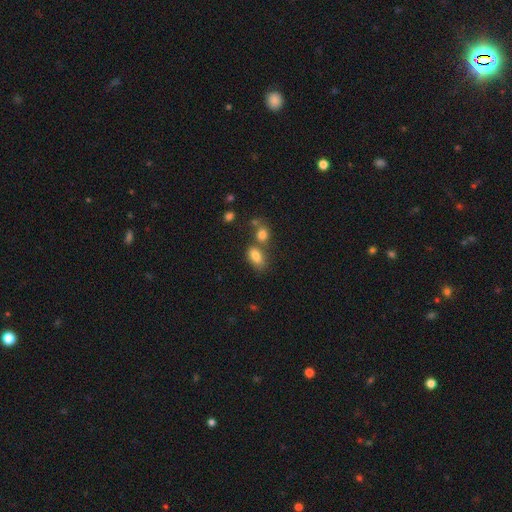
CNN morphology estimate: type=smooth (82%); roundness=in between (88%); merging=none (50%).